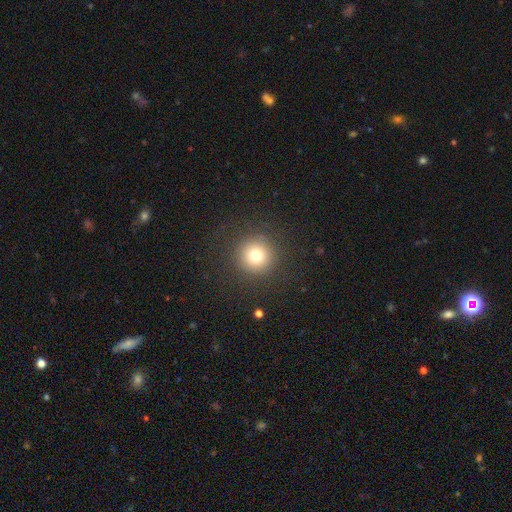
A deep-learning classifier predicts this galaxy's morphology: Smooth or featured?
  - smooth: 76% *
  - star or artifact: 15%
  - featured or disk: 10%
How rounded?
  - round: 96% *
  - in between: 3%
  - cigar-shaped: 1%
Merging?
  - none: 89% *
  - minor disturbance: 6%
  - major disturbance: 4%
  - merger: 1%